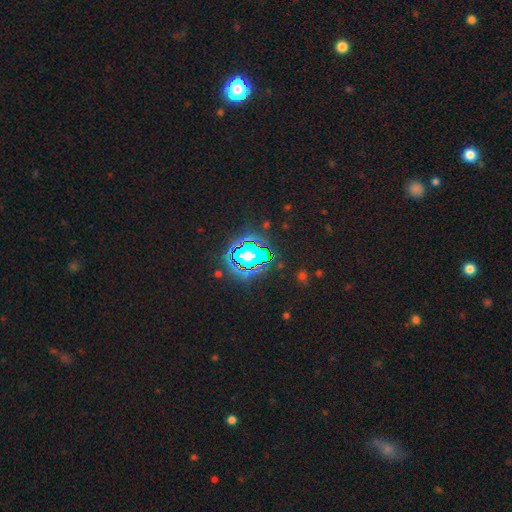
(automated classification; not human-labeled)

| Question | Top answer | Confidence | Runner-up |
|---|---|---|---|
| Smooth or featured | star or artifact | 81% | smooth (11%) |